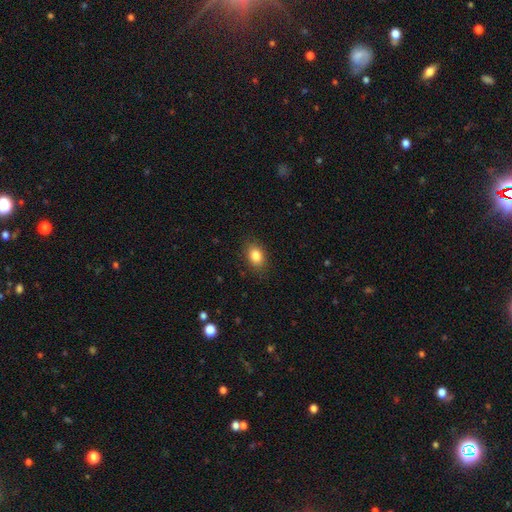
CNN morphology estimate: smooth 84%, star or artifact 9%, featured or disk 7%. Down the decision tree: how rounded — in between (74%); merging — none (86%).